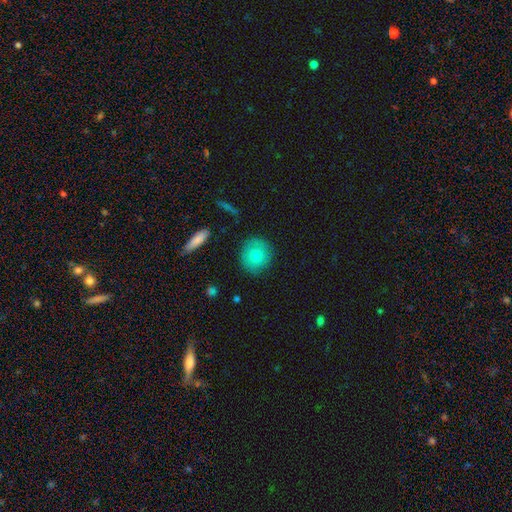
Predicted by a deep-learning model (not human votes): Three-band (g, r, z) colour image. It shows a smooth galaxy with no disk features (76%) that is round (88%). Merging: none (84%).